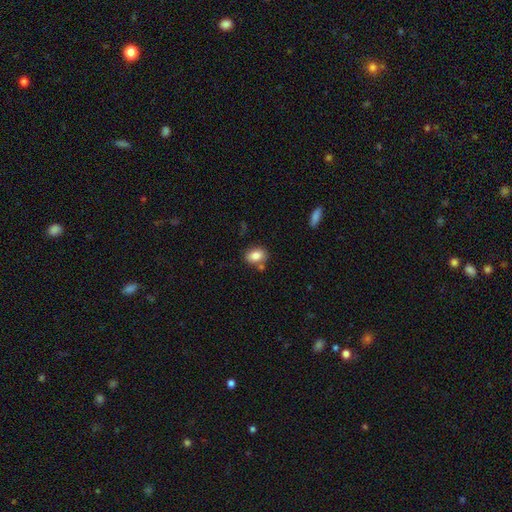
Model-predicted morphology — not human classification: A smooth galaxy with no disk features (83%) that is in between round and cigar-shaped (69%). Merging: none (73%).